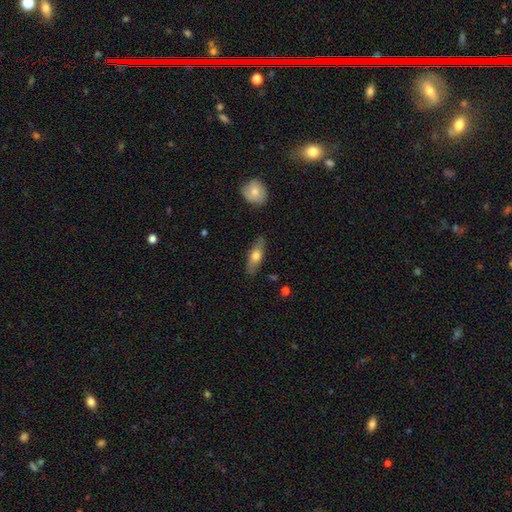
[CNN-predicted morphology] Q: Smooth or featured?
A: smooth (63%); runner-up: featured or disk (32%)
Q: How rounded?
A: in between (62%); runner-up: cigar-shaped (35%)
Q: Merging?
A: none (83%); runner-up: minor disturbance (13%)